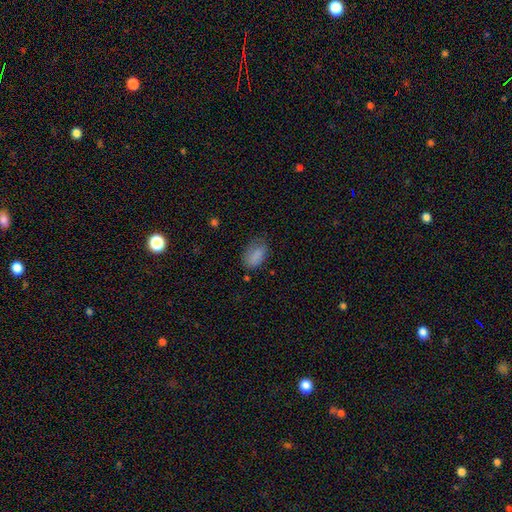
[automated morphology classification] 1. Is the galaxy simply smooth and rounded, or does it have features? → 85% smooth, 9% star or artifact, 6% featured or disk.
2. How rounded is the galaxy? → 90% in between, 8% round, 2% cigar-shaped.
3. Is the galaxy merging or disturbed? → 63% none, 27% minor disturbance, 8% major disturbance, 2% merger.